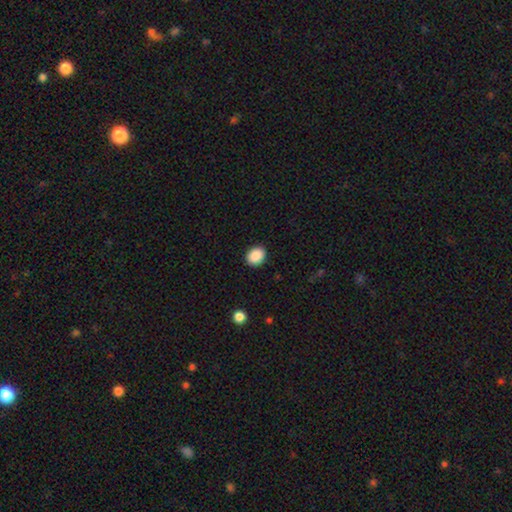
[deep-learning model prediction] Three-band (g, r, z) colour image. It shows a smooth galaxy with no disk features (90%) that is round (50%). Merging: none (90%).